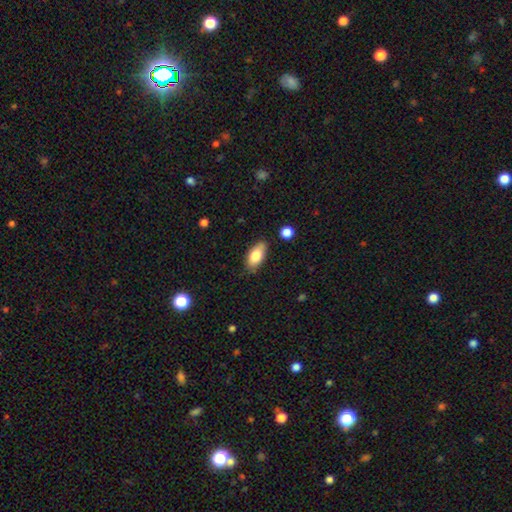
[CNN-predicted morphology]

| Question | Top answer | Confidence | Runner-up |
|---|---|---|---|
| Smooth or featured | smooth | 81% | featured or disk (13%) |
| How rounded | in between | 90% | cigar-shaped (7%) |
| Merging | none | 80% | minor disturbance (15%) |